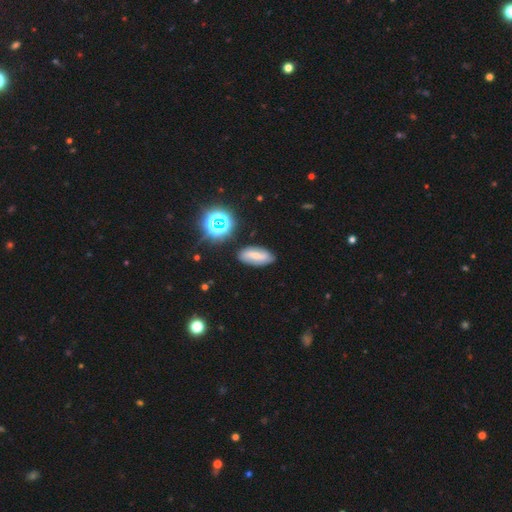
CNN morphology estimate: A smooth galaxy with no disk features (46%). Merging: none (80%).